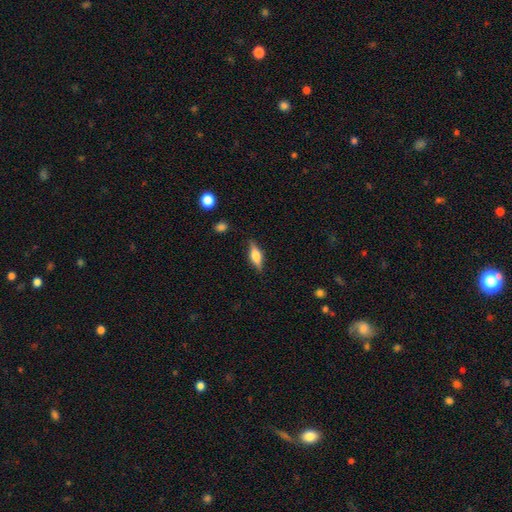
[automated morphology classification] smooth-or-featured: featured or disk: 51% | smooth: 42% | star or artifact: 8%
  disk-edge-on: yes: 94% | no: 6%
  merging: none: 83% | minor disturbance: 12% | major disturbance: 3% | merger: 1%